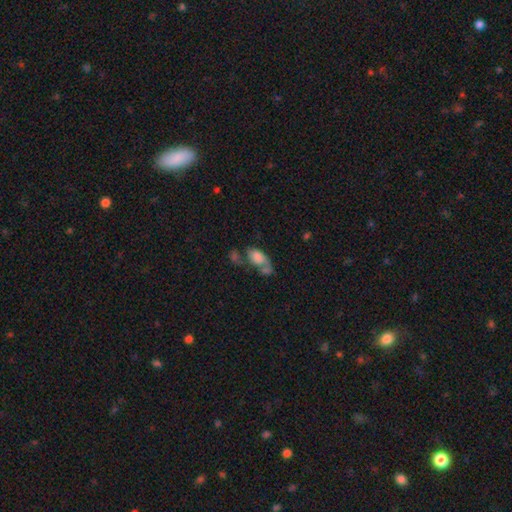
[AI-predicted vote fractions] Smooth or featured? smooth (60%)
How rounded? in between (87%)
Merging? merger (34%)